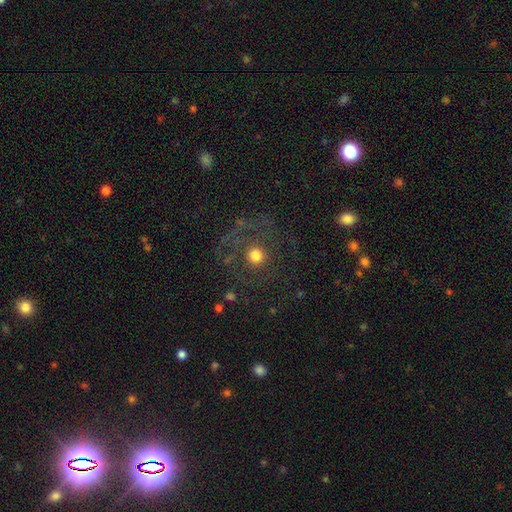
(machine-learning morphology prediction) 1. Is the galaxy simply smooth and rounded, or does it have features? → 47% smooth, 38% featured or disk, 15% star or artifact.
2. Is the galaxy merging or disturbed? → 66% none, 18% major disturbance, 14% minor disturbance, 2% merger.